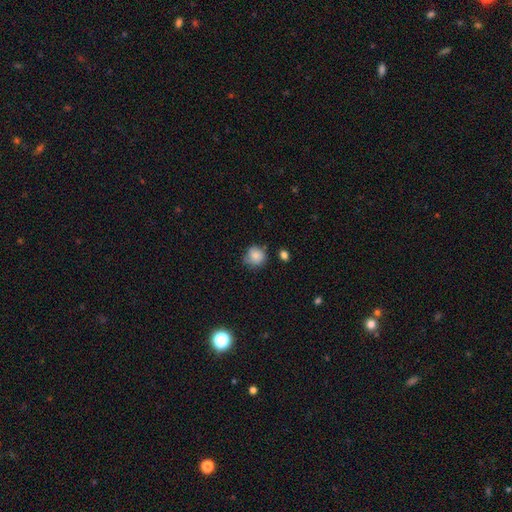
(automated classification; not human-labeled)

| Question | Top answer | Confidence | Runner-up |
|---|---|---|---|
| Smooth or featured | smooth | 81% | featured or disk (10%) |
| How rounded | round | 84% | in between (15%) |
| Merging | none | 62% | minor disturbance (28%) |